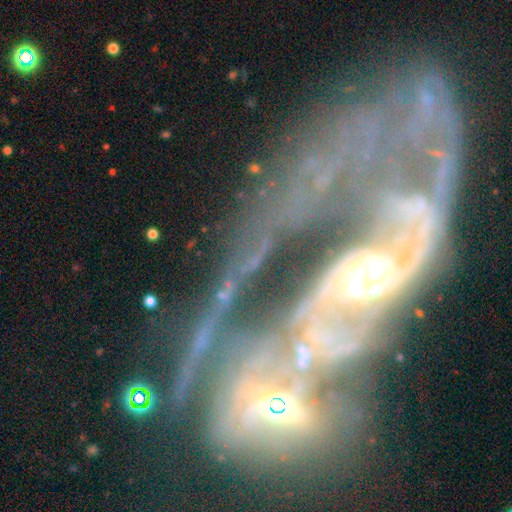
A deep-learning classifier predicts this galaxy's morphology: Smooth or featured: featured or disk — 65% (star or artifact — 21%)
Edge-on disk: no — 77% (yes — 23%)
Merging: none — 34% (major disturbance — 26%)